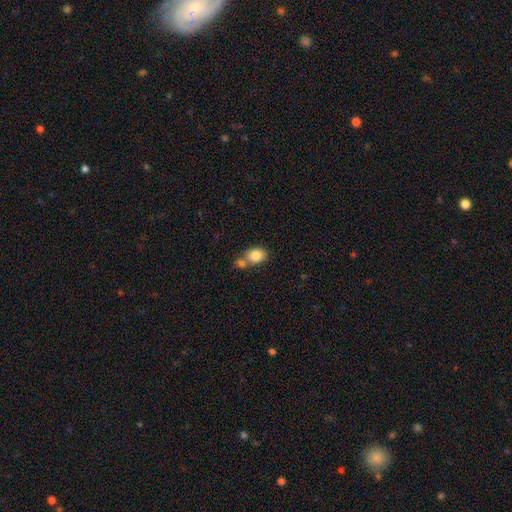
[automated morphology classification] A smooth galaxy with no disk features (83%) that is in between round and cigar-shaped (60%). Merging: none (43%).